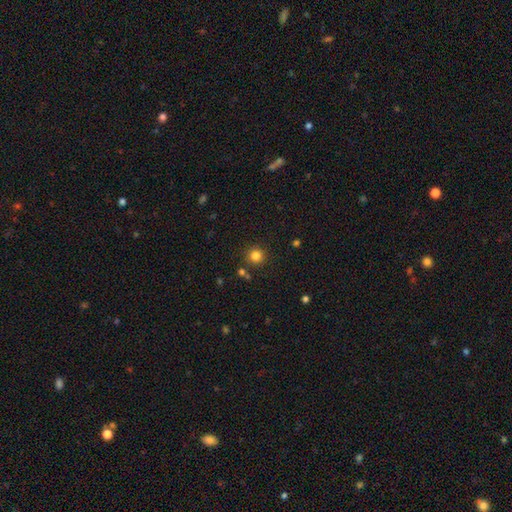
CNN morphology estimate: This is clearly a smooth galaxy (82%). How rounded: clearly round (94%). Merging: clearly none (86%).